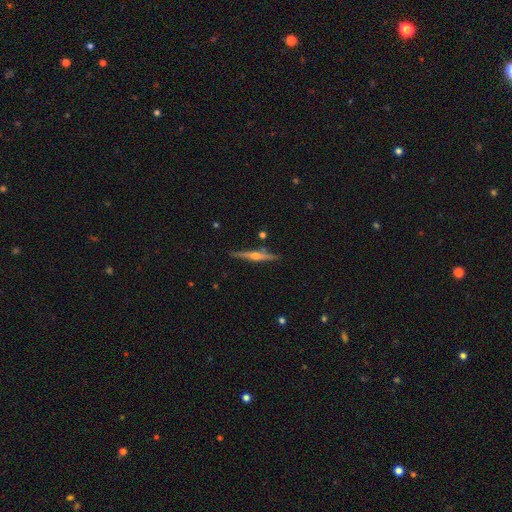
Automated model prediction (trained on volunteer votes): Smooth or featured? Predicted: featured or disk (p=0.75). Edge-on disk? Predicted: yes (p=0.98). Edge-on bulge? Predicted: rounded (p=0.88). Merging? Predicted: none (p=0.86).